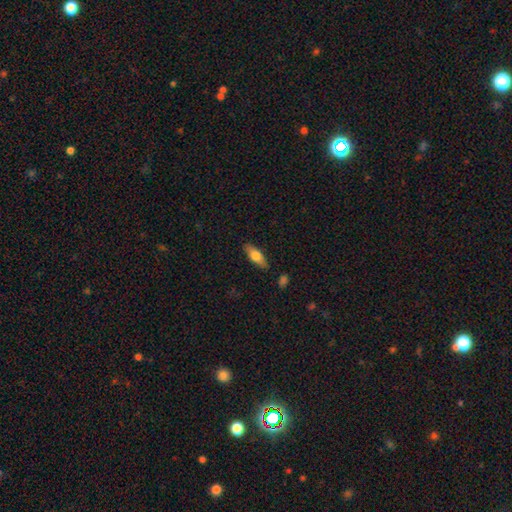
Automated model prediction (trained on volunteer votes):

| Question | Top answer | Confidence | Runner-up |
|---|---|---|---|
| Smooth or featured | smooth | 66% | featured or disk (28%) |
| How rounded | in between | 63% | cigar-shaped (34%) |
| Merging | none | 85% | minor disturbance (11%) |